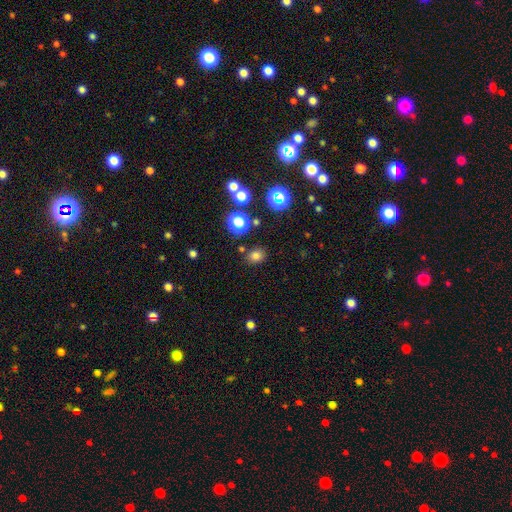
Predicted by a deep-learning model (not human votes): smooth 75%, star or artifact 19%, featured or disk 6%. Down the decision tree: how rounded — round (59%); merging — none (83%).